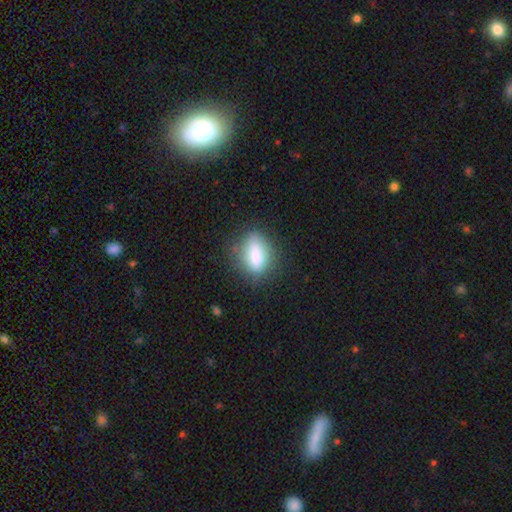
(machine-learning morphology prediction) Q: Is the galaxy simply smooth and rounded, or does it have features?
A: smooth — 74%.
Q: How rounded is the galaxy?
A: in between — 72%.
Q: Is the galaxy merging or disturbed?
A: none — 67%.